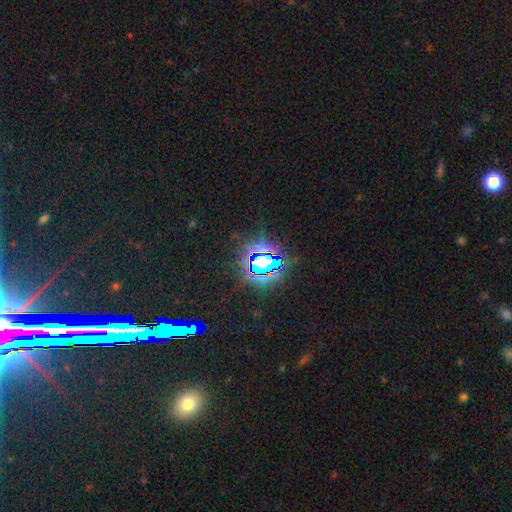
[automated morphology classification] smooth-or-featured: star or artifact: 72% | smooth: 18% | featured or disk: 10%